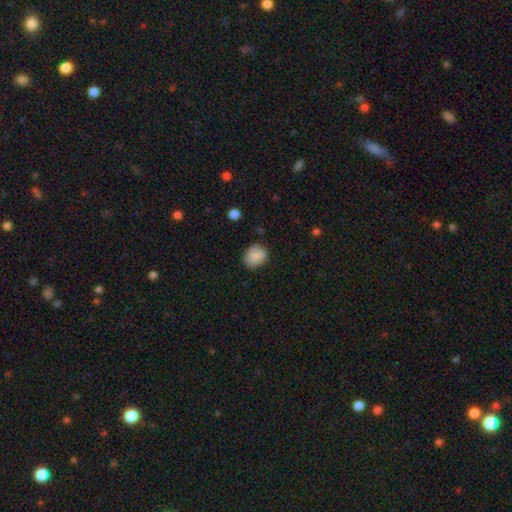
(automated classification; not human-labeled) Smooth or featured? Predicted: smooth (p=0.87). How rounded? Predicted: round (p=0.64). Merging? Predicted: none (p=0.80).